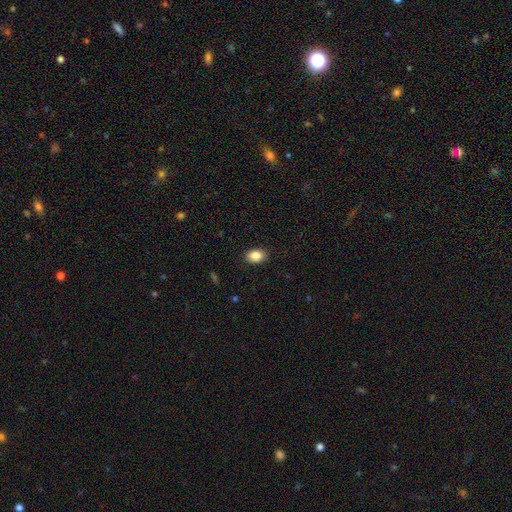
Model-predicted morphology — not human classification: Q: Smooth or featured?
A: smooth (86%); runner-up: star or artifact (8%)
Q: How rounded?
A: in between (81%); runner-up: round (18%)
Q: Merging?
A: none (89%); runner-up: minor disturbance (8%)